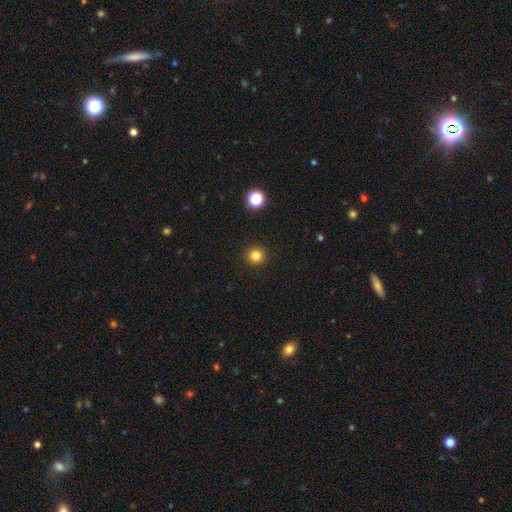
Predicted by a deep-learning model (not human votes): The model was most divided on "smooth or featured": smooth: 82%, star or artifact: 13%, featured or disk: 5%. More confident: how rounded — round (94%); merging — none (92%).